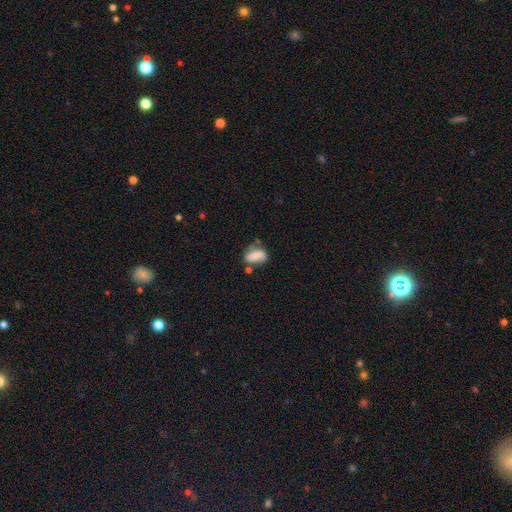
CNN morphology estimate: type=smooth (59%); roundness=in between (85%); merging=none (45%).